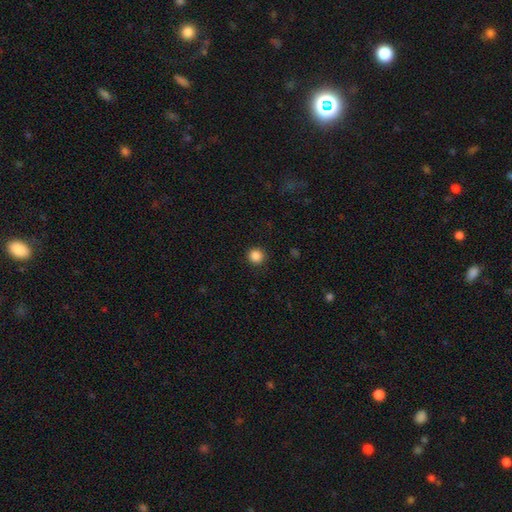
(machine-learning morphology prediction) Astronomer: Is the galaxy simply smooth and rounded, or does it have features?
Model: smooth — 86%.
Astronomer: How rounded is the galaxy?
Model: round — 94%.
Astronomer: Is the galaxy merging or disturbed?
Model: none — 92%.